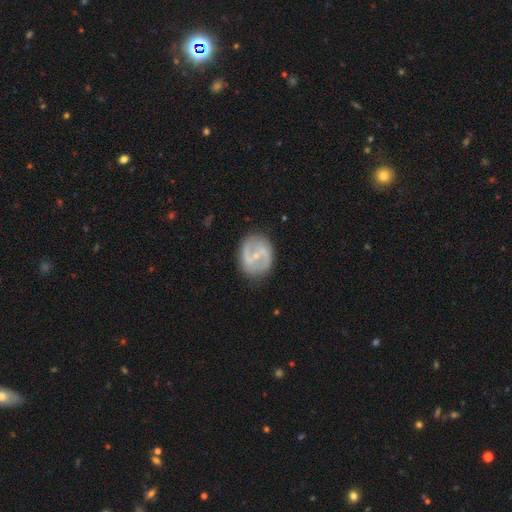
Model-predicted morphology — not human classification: The model was most divided on "bar": weak: 48%, strong: 32%, no: 20%. Remaining: edge-on disk — no (97%); spiral arm count — 2 (88%); spiral arms — yes (86%); merging — none (80%); smooth or featured — featured or disk (79%); bulge size — small (70%); spiral winding — medium (48%).